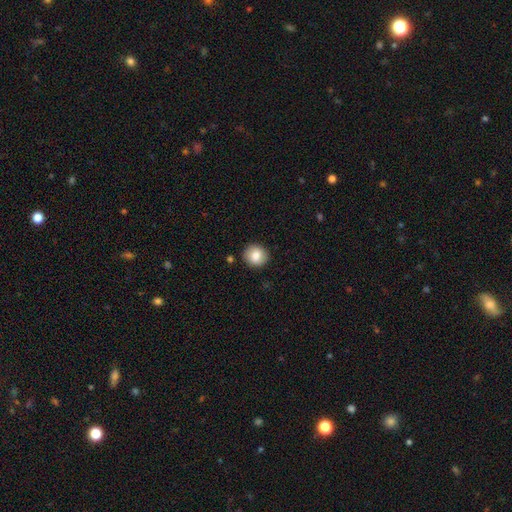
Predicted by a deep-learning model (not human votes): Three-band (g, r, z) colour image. It shows a smooth galaxy with no disk features (84%) that is round (88%). Merging: none (90%).